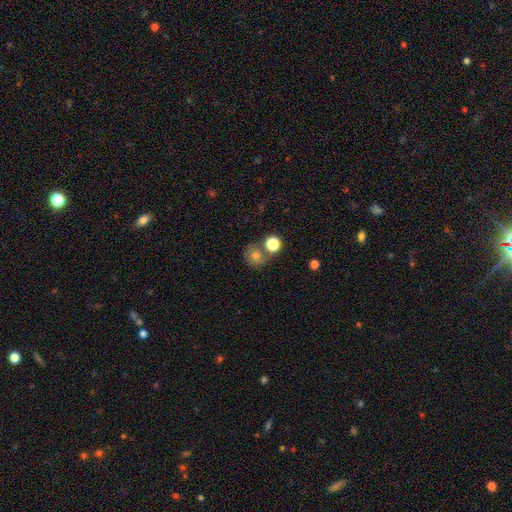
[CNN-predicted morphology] type=smooth (70%); roundness=round (81%); merging=none (53%).